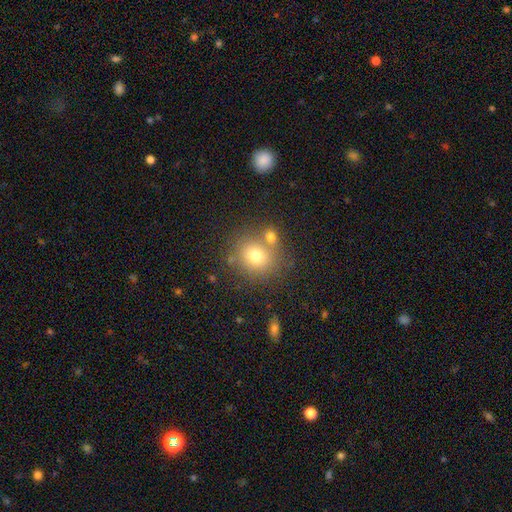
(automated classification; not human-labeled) smooth_or_featured: smooth (p=0.74) [alt: star or artifact p=0.13]
how_rounded: round (p=0.82) [alt: in between p=0.17]
merging: none (p=0.65) [alt: merger p=0.21]